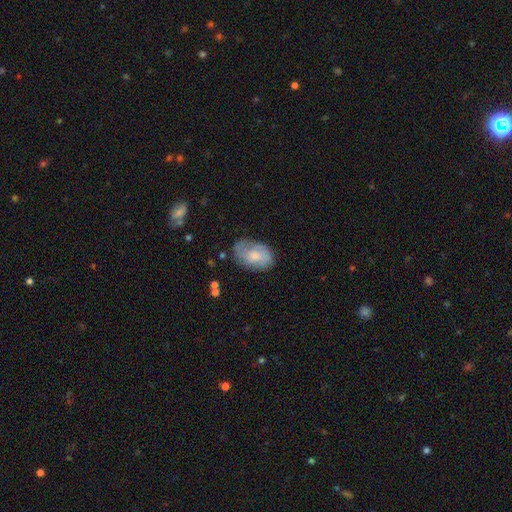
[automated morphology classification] smooth-or-featured: smooth: 51% | featured or disk: 42% | star or artifact: 7%
  how-rounded: in between: 88% | round: 11% | cigar-shaped: 1%
  merging: none: 64% | minor disturbance: 25% | major disturbance: 9% | merger: 2%